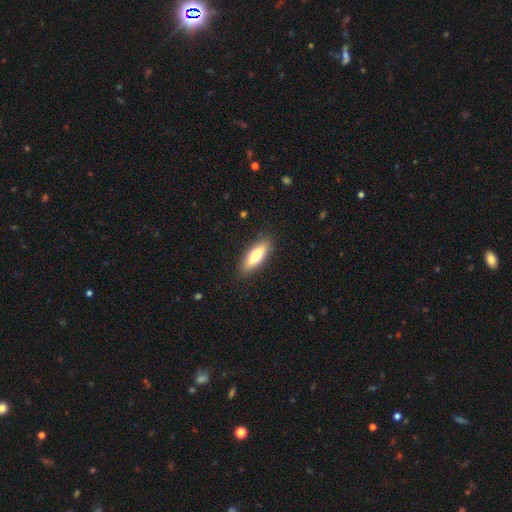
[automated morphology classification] Q: Smooth or featured?
A: smooth (74%); runner-up: featured or disk (20%)
Q: How rounded?
A: in between (55%); runner-up: cigar-shaped (43%)
Q: Merging?
A: none (88%); runner-up: minor disturbance (9%)